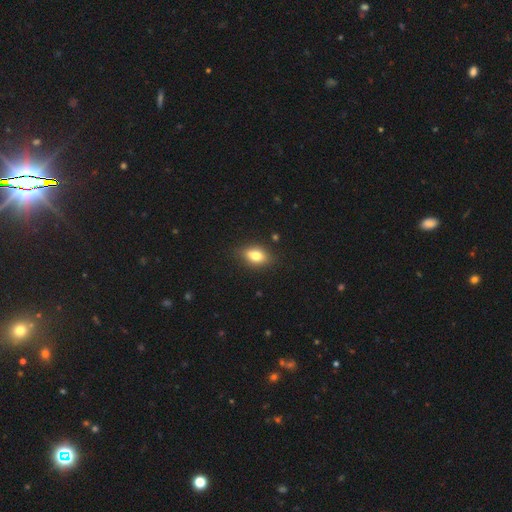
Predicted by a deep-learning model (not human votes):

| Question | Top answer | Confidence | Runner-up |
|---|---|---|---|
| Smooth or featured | smooth | 77% | featured or disk (14%) |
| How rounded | in between | 80% | round (17%) |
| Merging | none | 84% | minor disturbance (12%) |